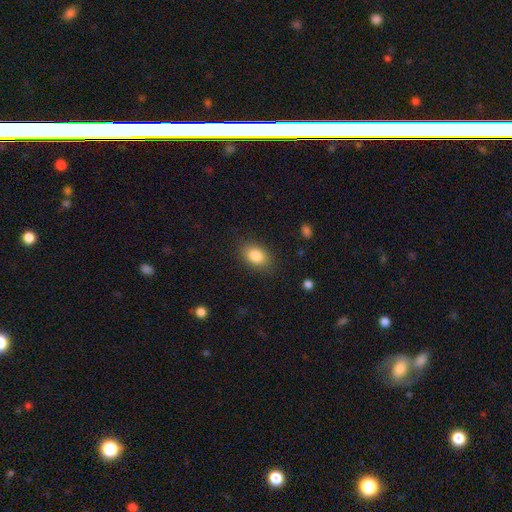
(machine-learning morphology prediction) Q: Smooth or featured?
A: smooth (84%); runner-up: star or artifact (8%)
Q: How rounded?
A: in between (82%); runner-up: round (17%)
Q: Merging?
A: none (85%); runner-up: minor disturbance (11%)